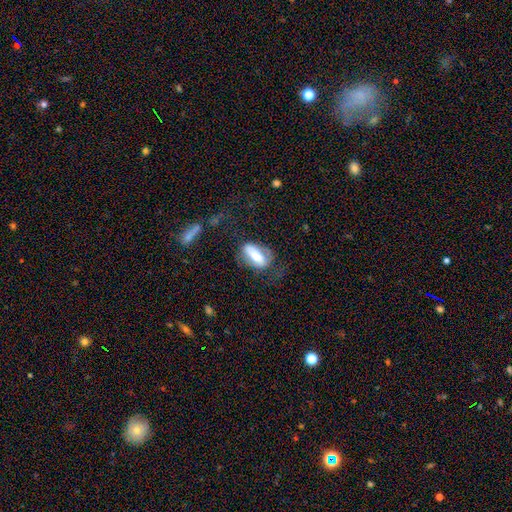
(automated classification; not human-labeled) The model was most divided on "merging": none: 42%, major disturbance: 29%, minor disturbance: 26%, merger: 3%. More confident: how rounded — in between (82%); smooth or featured — smooth (63%).